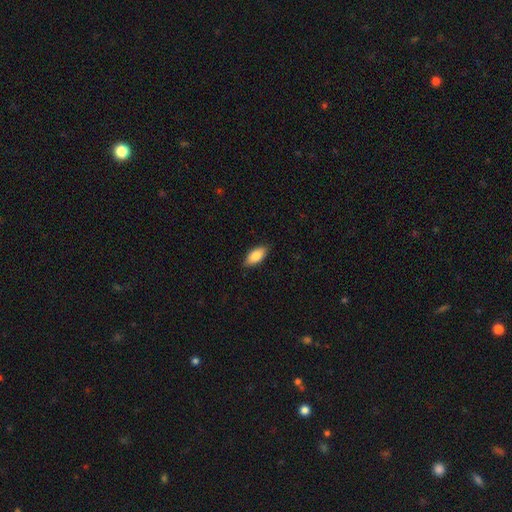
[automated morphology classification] This appears to be a smooth galaxy with no disk features (85%) that is in between round and cigar-shaped (89%). Merging: none (86%).